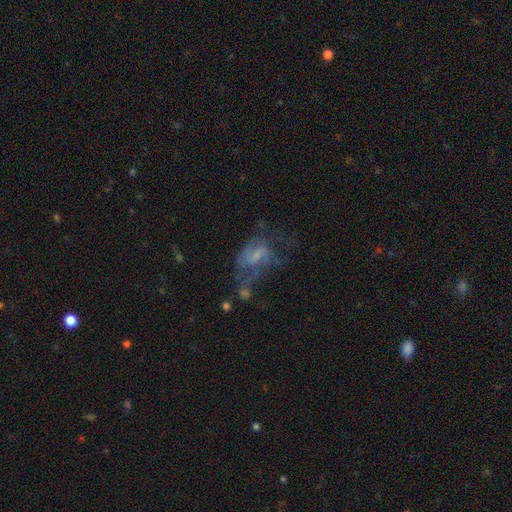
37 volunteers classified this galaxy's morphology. Overall: featured or disk (68%). Edge-on disk: no (100%). Bar: weak (76%). Spiral arms: yes (88%). Spiral arm count: can't tell (59%). Spiral winding: loose (55%; medium 27%). Bulge size: small (44%; moderate 32%). Merging: major disturbance (44%; none 35%).